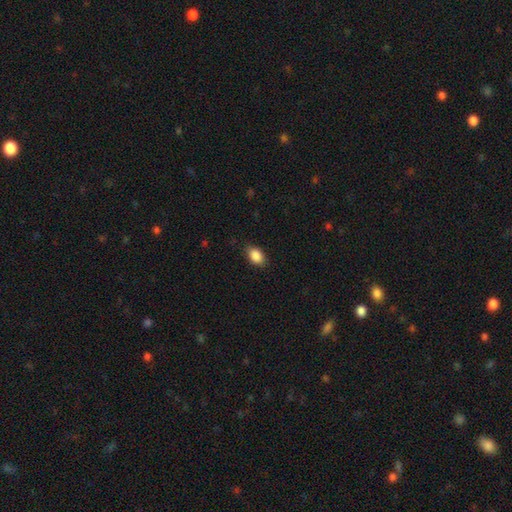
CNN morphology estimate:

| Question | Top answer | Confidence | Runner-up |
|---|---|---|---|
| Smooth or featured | smooth | 89% | star or artifact (8%) |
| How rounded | in between | 87% | round (11%) |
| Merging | none | 84% | minor disturbance (12%) |